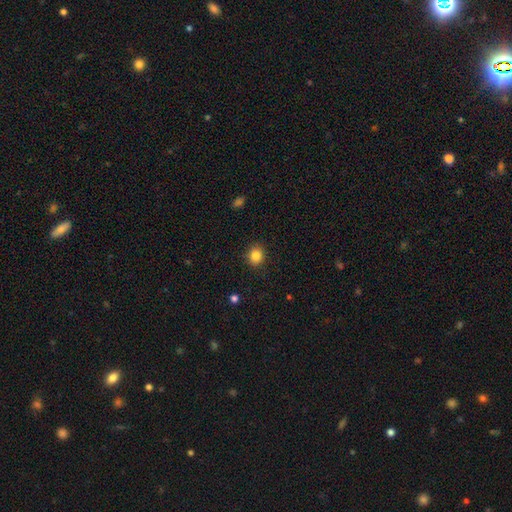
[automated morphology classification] Smooth or featured: smooth — 84% (star or artifact — 11%)
How rounded: round — 75% (in between — 24%)
Merging: none — 89% (minor disturbance — 7%)